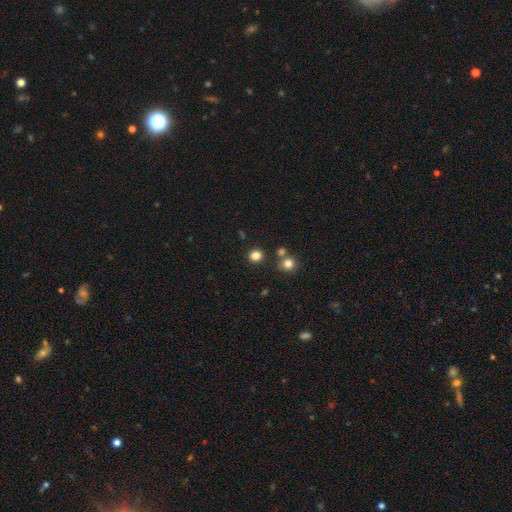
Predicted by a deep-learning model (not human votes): Morphology: type=smooth (81%); roundness=round (87%); merging=none (83%).